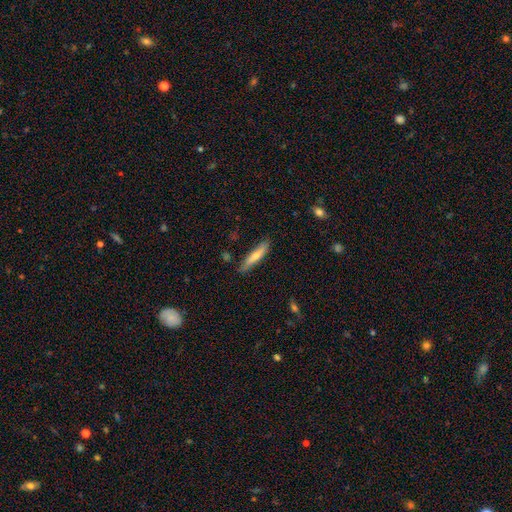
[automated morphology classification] Smooth or featured: smooth — 64% (featured or disk — 30%)
How rounded: cigar-shaped — 86% (in between — 12%)
Merging: none — 81% (minor disturbance — 14%)